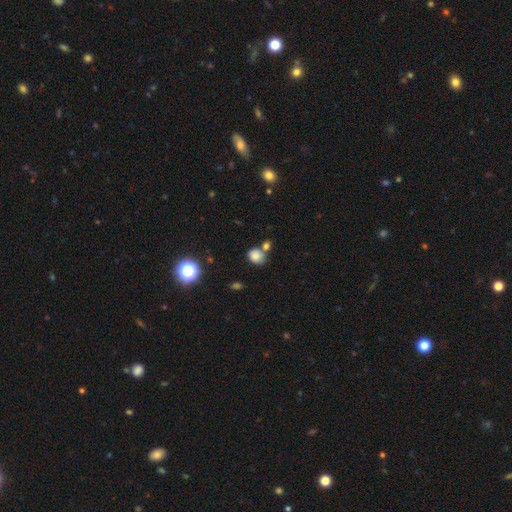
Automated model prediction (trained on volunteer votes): smooth_or_featured: smooth (p=0.80) [alt: star or artifact p=0.13]
how_rounded: round (p=0.69) [alt: in between p=0.30]
merging: none (p=0.59) [alt: merger p=0.25]